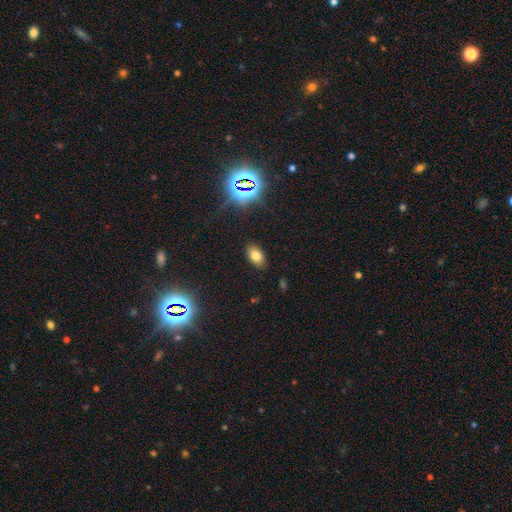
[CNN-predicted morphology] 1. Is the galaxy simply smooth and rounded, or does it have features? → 74% smooth, 17% star or artifact, 9% featured or disk.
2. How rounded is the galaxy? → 90% in between, 8% round, 2% cigar-shaped.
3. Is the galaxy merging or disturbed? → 87% none, 9% minor disturbance, 3% major disturbance, 1% merger.